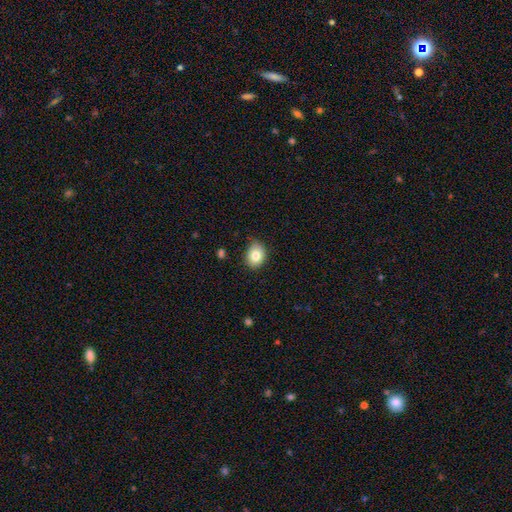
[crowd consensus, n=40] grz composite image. It shows a smooth galaxy with no disk features (85%) that is in between round and cigar-shaped (53%). Merging: none (79%).